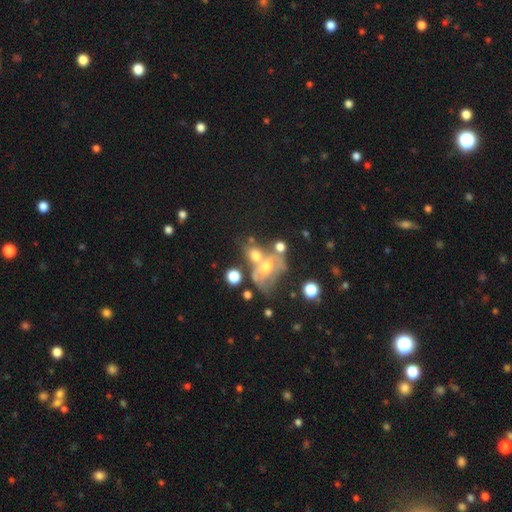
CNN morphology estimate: smooth 43%, featured or disk 42%, star or artifact 15%. Down the decision tree: merging — merger (52%).